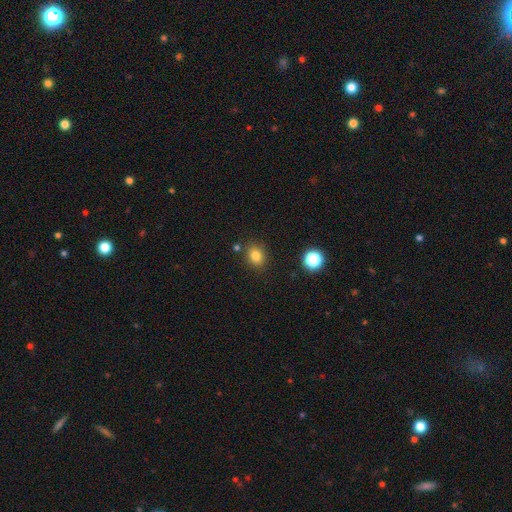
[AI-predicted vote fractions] smooth 81%, star or artifact 13%, featured or disk 6%. Down the decision tree: how rounded — round (57%); merging — none (83%).